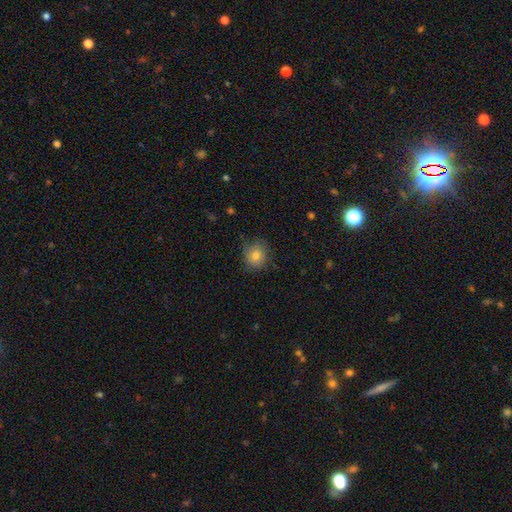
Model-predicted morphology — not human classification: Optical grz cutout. It shows a smooth galaxy with no disk features (80%) that is round (83%). Merging: none (75%).